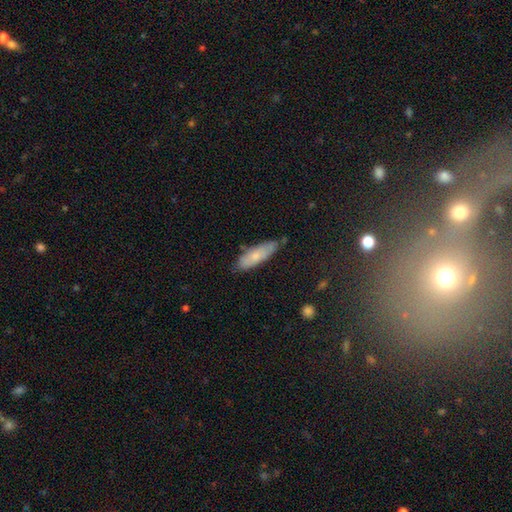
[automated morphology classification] type=smooth (68%); roundness=in between (51%); merging=none (72%).